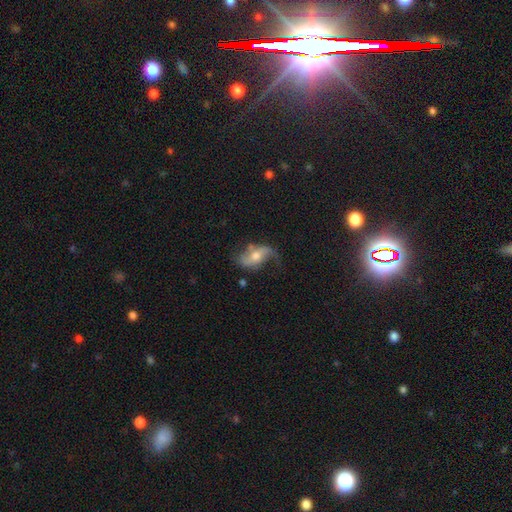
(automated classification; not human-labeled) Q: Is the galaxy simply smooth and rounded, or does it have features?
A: featured or disk — 71%.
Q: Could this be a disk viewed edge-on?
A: no — 93%.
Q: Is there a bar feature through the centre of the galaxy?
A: no — 49%.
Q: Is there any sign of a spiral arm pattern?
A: yes — 89%.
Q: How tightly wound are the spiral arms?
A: loose — 78%.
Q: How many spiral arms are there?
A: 2 — 81%.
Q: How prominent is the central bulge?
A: moderate — 61%.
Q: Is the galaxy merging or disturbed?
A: none — 53%.